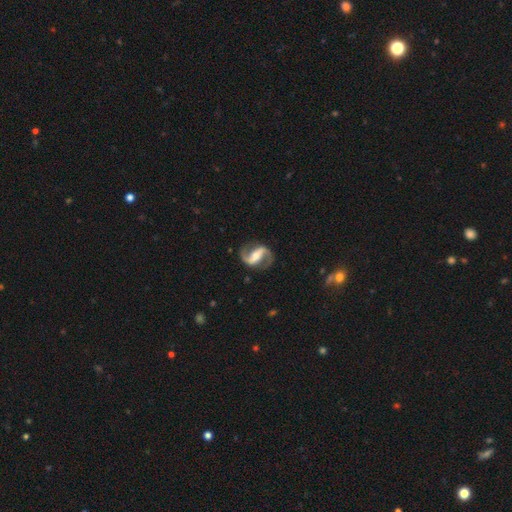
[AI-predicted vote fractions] Smooth or featured? Predicted: featured or disk (p=0.92). Edge-on disk? Predicted: no (p=0.97). Bar? Predicted: strong (p=0.57). Spiral arms? Predicted: yes (p=0.97). Spiral winding? Predicted: medium (p=0.47). Spiral arm count? Predicted: 2 (p=0.94). Bulge size? Predicted: moderate (p=0.56). Merging? Predicted: none (p=0.85).